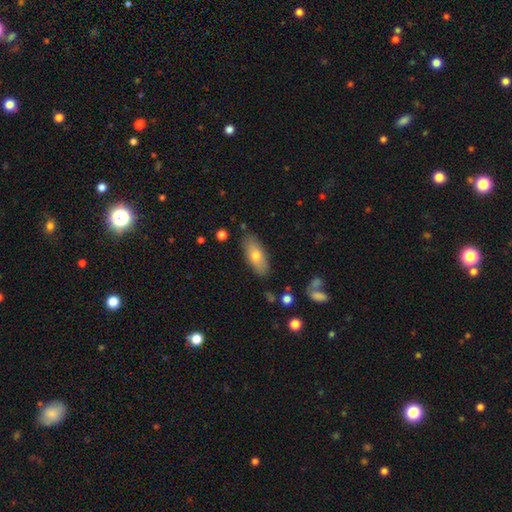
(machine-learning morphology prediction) type=smooth (73%); roundness=in between (78%); merging=none (84%).